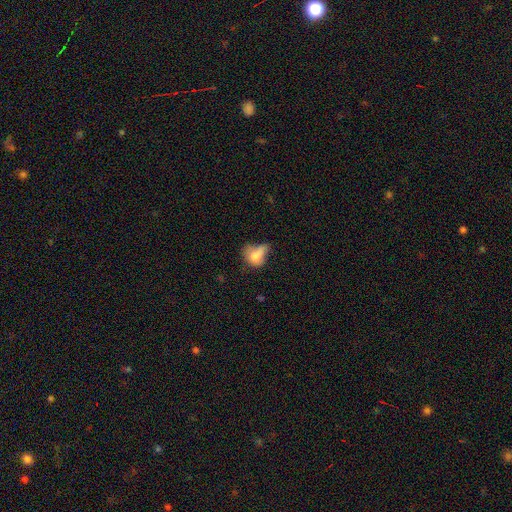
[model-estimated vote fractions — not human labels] Smooth or featured? Predicted: smooth (p=0.69). How rounded? Predicted: in between (p=0.63). Merging? Predicted: major disturbance (p=0.32).